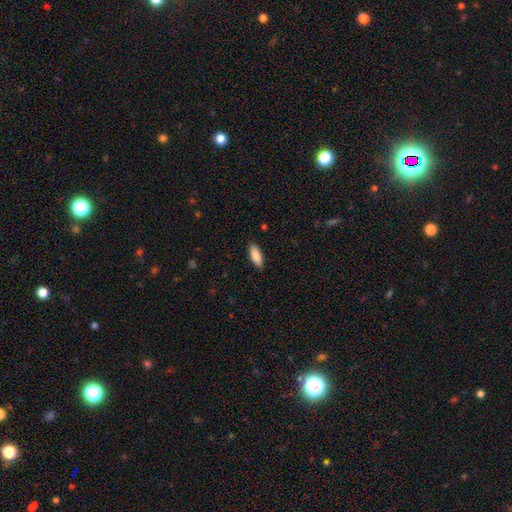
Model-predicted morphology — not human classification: This is clearly a smooth galaxy (89%). How rounded: likely in between (76%). Merging: clearly none (85%).